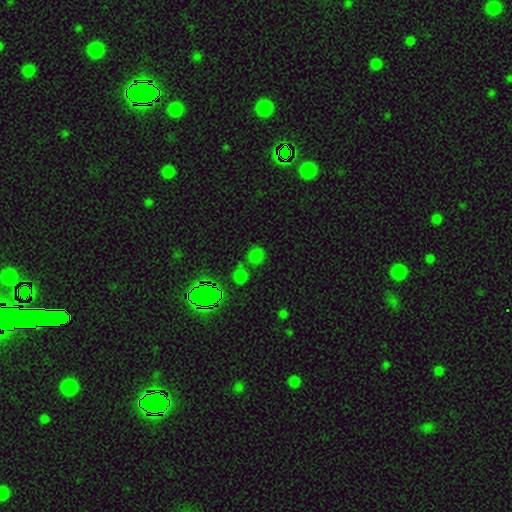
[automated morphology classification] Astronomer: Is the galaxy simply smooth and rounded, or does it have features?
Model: smooth — 67%.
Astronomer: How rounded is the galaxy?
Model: round — 87%.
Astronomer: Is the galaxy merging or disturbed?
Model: none — 69%.